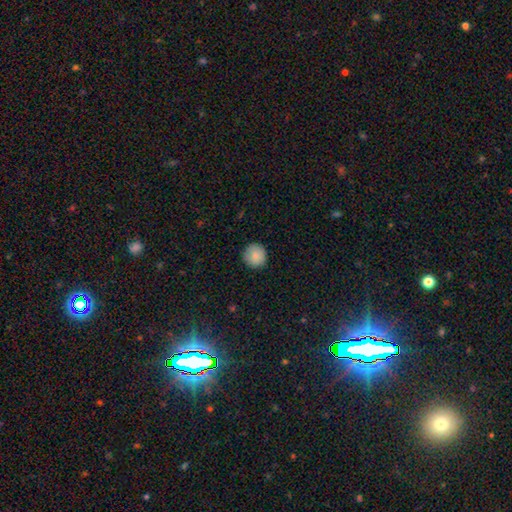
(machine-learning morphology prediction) Smooth or featured?
  - smooth: 88% *
  - star or artifact: 7%
  - featured or disk: 4%
How rounded?
  - round: 95% *
  - in between: 4%
  - cigar-shaped: 1%
Merging?
  - none: 91% *
  - minor disturbance: 6%
  - major disturbance: 2%
  - merger: 1%